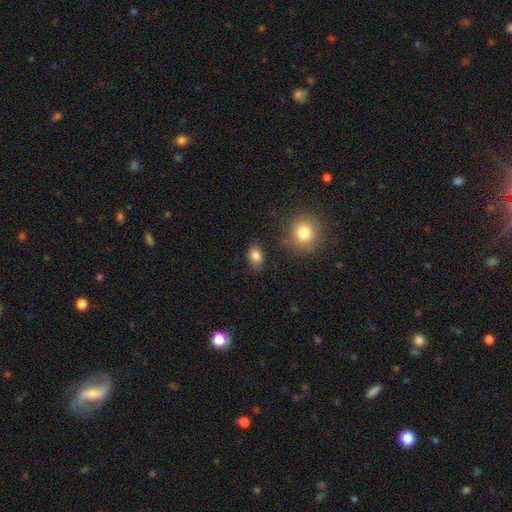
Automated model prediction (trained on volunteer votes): This appears to be a smooth galaxy with no disk features (84%) that is in between round and cigar-shaped (76%). Merging: none (81%).